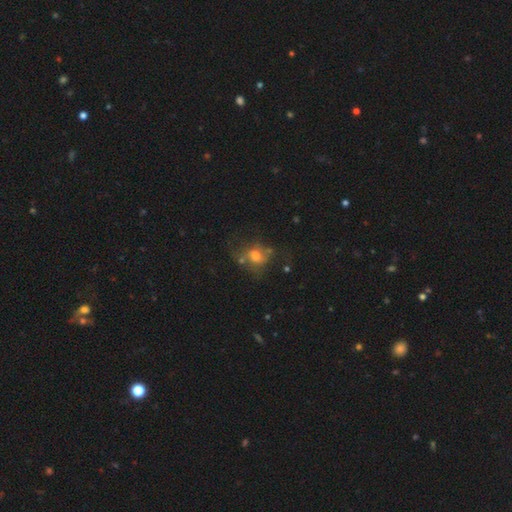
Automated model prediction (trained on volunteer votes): Smooth or featured: smooth — 53% (featured or disk — 29%)
How rounded: round — 58% (in between — 40%)
Merging: none — 49% (minor disturbance — 22%)